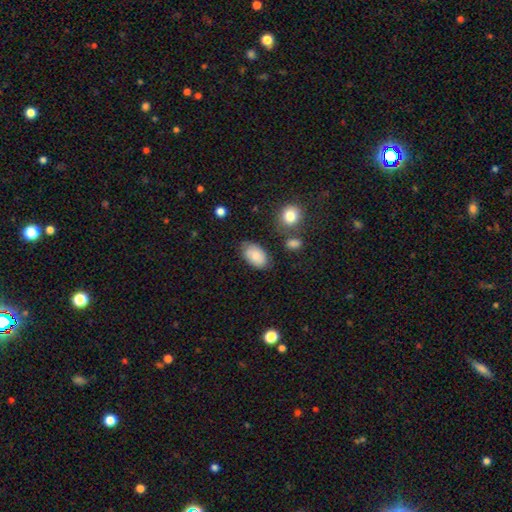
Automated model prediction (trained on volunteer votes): Morphology: type=smooth (77%); roundness=in between (92%); merging=none (70%).